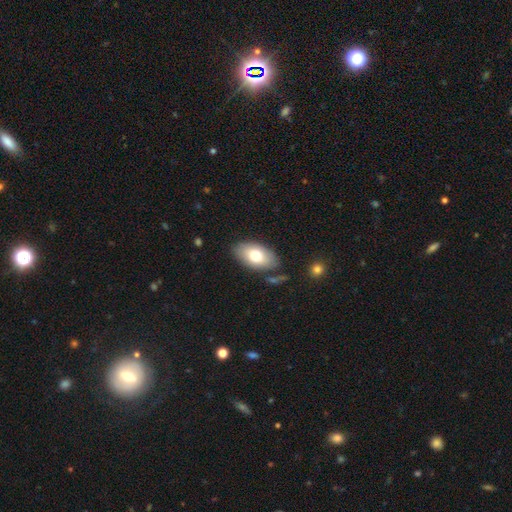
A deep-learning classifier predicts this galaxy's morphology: This is likely a smooth galaxy (74%). How rounded: clearly in between (93%). Merging: likely none (78%).